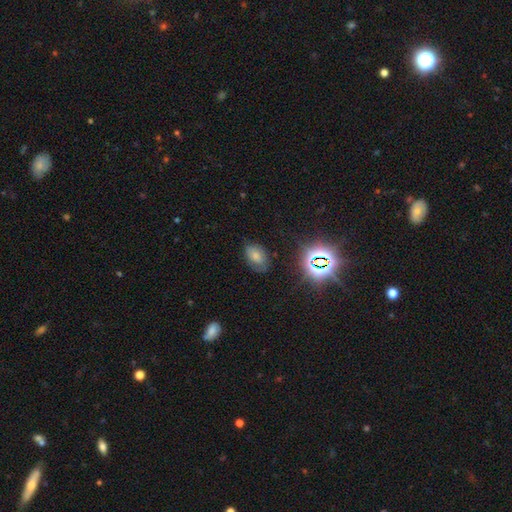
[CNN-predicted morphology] This is possibly a smooth galaxy (60%). How rounded: clearly in between (84%). Merging: likely none (66%).